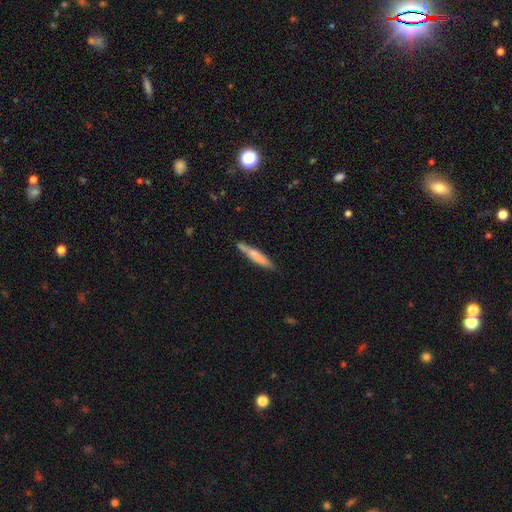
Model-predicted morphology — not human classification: This appears to be a smooth galaxy with no disk features (66%) that is cigar-shaped (92%). Merging: none (81%).